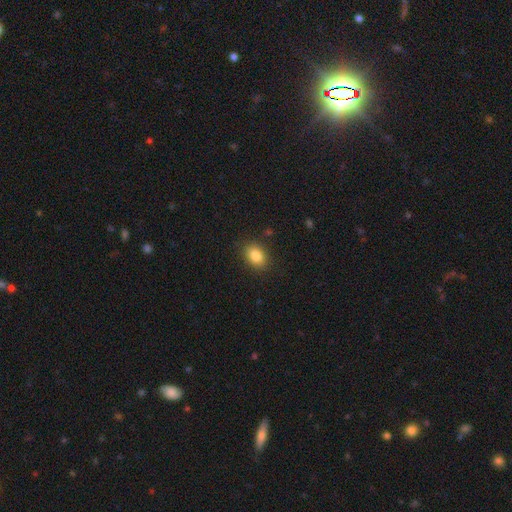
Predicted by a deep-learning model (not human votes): A smooth galaxy with no disk features (85%) that is in between round and cigar-shaped (72%).

Vote fractions:
- Smooth or featured? smooth: 85% / star or artifact: 9% / featured or disk: 6%
- How rounded? in between: 72% / round: 27% / cigar-shaped: 1%
- Merging? none: 87% / minor disturbance: 9% / major disturbance: 3% / merger: 1%